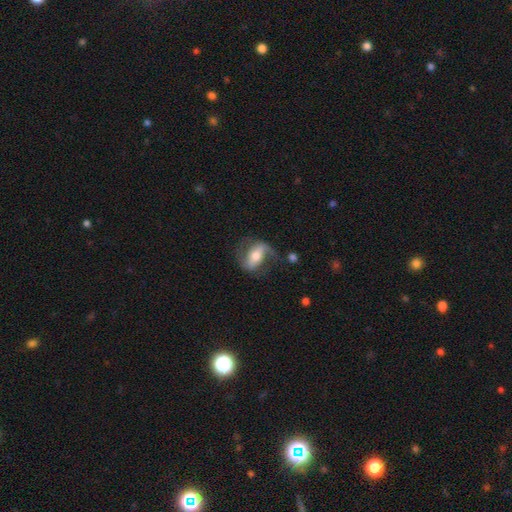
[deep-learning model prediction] Smooth or featured: featured or disk — 70% (smooth — 24%)
Edge-on disk: no — 92% (yes — 8%)
Bar: strong — 51% (weak — 28%)
Spiral arms: yes — 84% (no — 16%)
Spiral winding: loose — 47% (medium — 39%)
Spiral arm count: 2 — 84% (1 — 8%)
Bulge size: moderate — 62% (small — 21%)
Merging: none — 59% (minor disturbance — 20%)